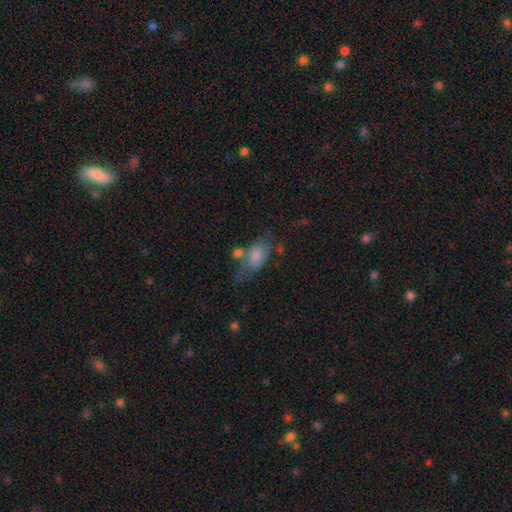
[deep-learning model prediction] smooth_or_featured: smooth (p=0.69) [alt: featured or disk p=0.22]
how_rounded: in between (p=0.88) [alt: round p=0.08]
merging: none (p=0.33) [alt: minor disturbance p=0.25]